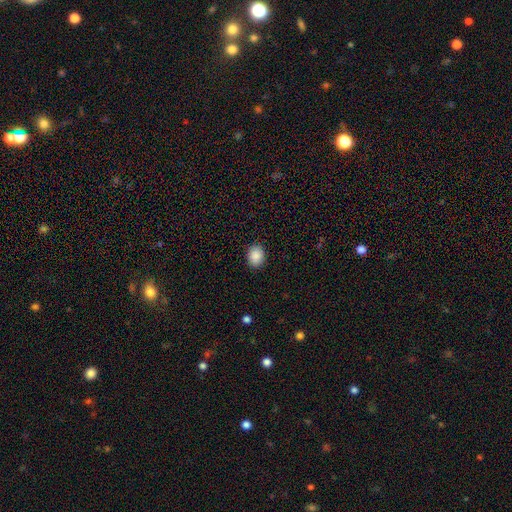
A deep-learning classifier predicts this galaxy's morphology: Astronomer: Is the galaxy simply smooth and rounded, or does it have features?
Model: smooth — 89%.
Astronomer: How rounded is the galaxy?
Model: in between — 52% (runner-up: round, 47%).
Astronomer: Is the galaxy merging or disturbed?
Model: none — 90%.